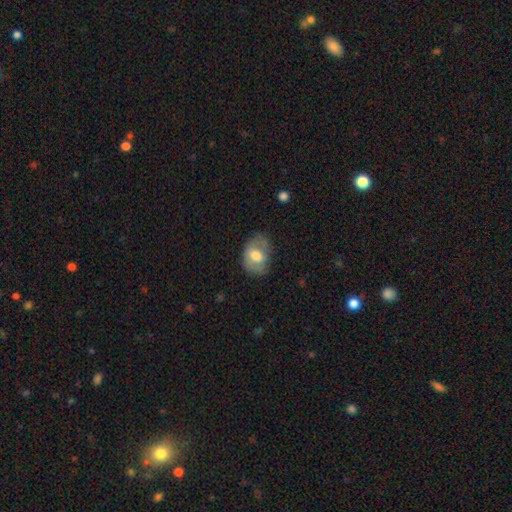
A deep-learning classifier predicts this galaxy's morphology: type=smooth (59%); roundness=in between (76%); merging=none (60%).